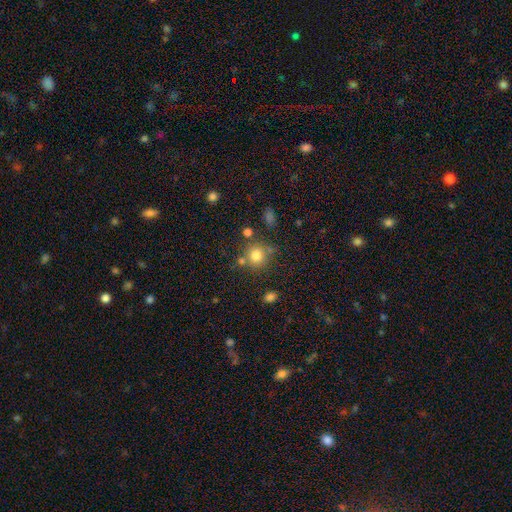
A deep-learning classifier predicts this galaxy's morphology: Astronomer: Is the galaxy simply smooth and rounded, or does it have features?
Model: smooth — 78%.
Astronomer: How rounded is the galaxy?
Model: round — 90%.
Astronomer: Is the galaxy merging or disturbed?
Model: none — 71%.